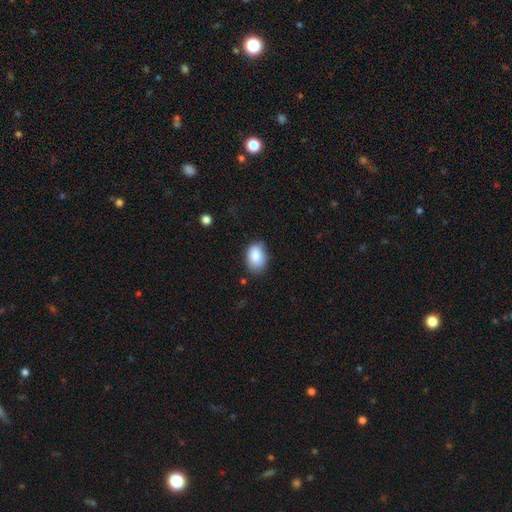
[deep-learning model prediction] The model was most divided on "merging": none: 69%, minor disturbance: 24%, major disturbance: 4%, merger: 3%. More confident: smooth or featured — smooth (85%); how rounded — in between (80%).